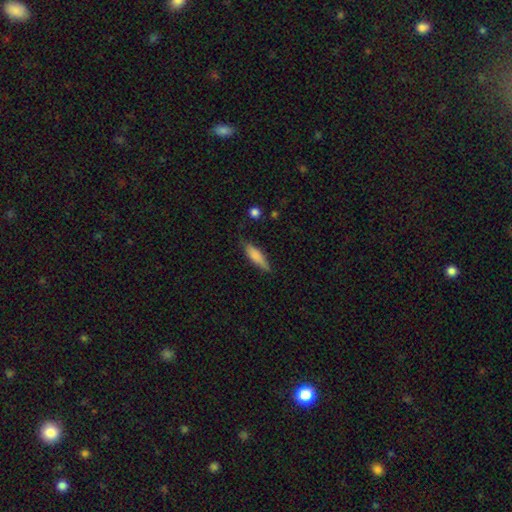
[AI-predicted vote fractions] This appears to be a smooth galaxy with no disk features (78%) that is cigar-shaped (60%). Merging: none (69%).